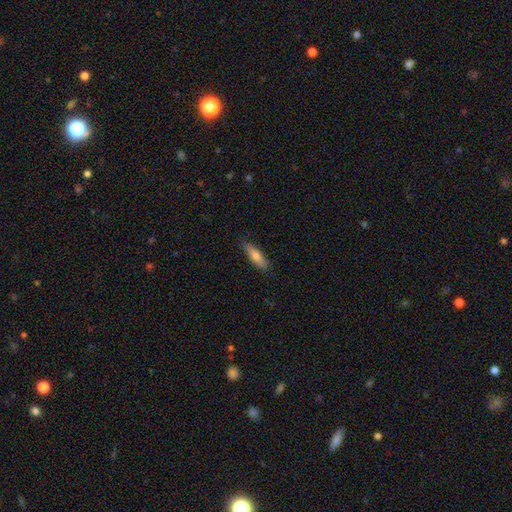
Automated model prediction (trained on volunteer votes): Overall: smooth (70%). How rounded: cigar-shaped (66%; in between 33%). Merging: none (84%).